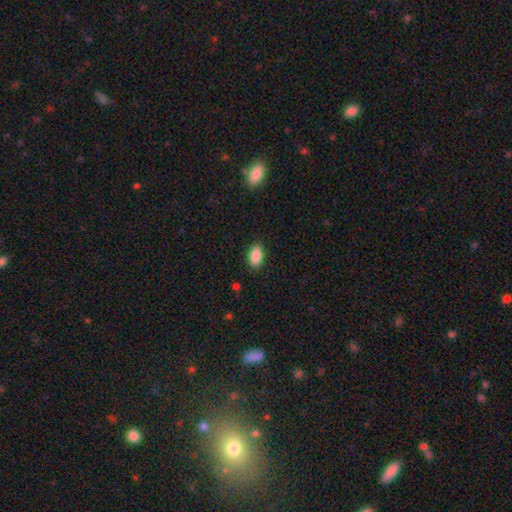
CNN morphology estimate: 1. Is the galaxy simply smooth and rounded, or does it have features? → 88% smooth, 8% star or artifact, 4% featured or disk.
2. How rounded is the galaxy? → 92% in between, 6% round, 2% cigar-shaped.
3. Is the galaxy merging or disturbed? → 87% none, 10% minor disturbance, 2% major disturbance, 1% merger.